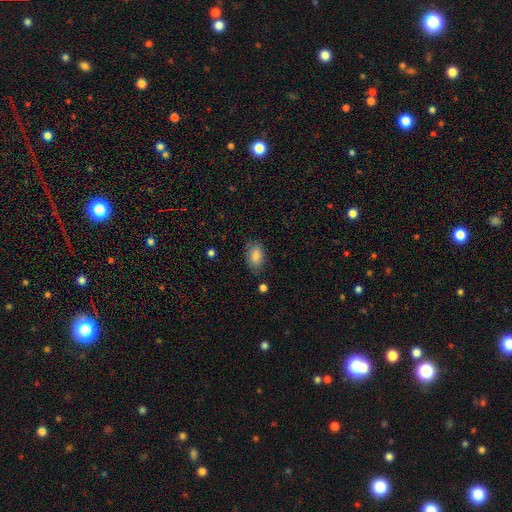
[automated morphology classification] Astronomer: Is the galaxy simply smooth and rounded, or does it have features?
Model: smooth — 84%.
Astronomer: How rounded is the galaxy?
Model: in between — 87%.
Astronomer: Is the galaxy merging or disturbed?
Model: none — 76%.